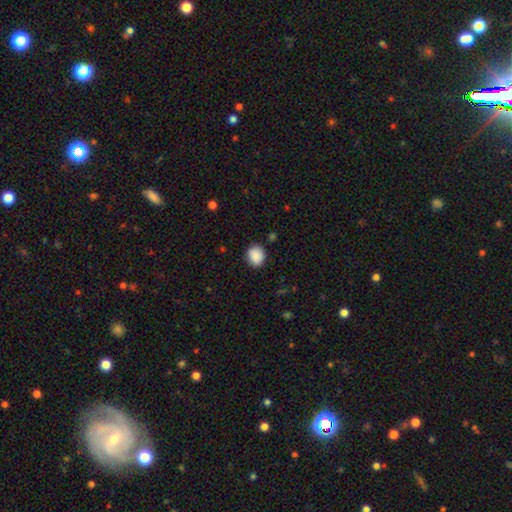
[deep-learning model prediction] smooth_or_featured: smooth (p=0.89) [alt: star or artifact p=0.08]
how_rounded: round (p=0.62) [alt: in between p=0.37]
merging: none (p=0.85) [alt: minor disturbance p=0.11]